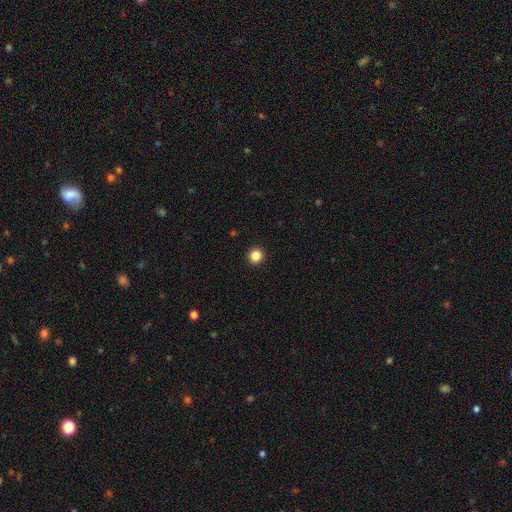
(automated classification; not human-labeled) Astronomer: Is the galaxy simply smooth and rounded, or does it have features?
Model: smooth — 86%.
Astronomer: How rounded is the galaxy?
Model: round — 94%.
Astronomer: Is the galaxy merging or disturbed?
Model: none — 94%.